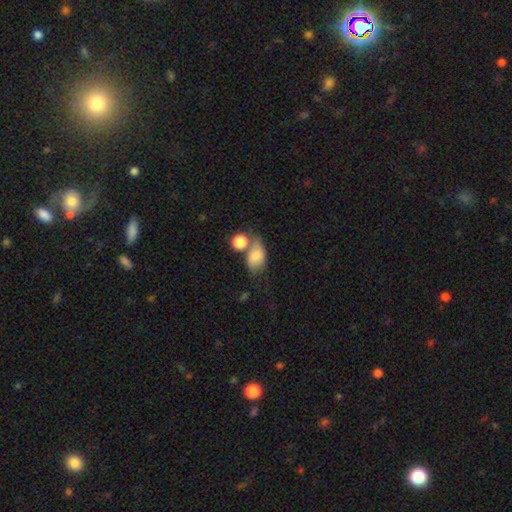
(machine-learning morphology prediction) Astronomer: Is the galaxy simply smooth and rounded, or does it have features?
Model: smooth — 78%.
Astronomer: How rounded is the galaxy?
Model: in between — 81%.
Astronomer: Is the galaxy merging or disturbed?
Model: merger — 35%, tied with none at 35%.